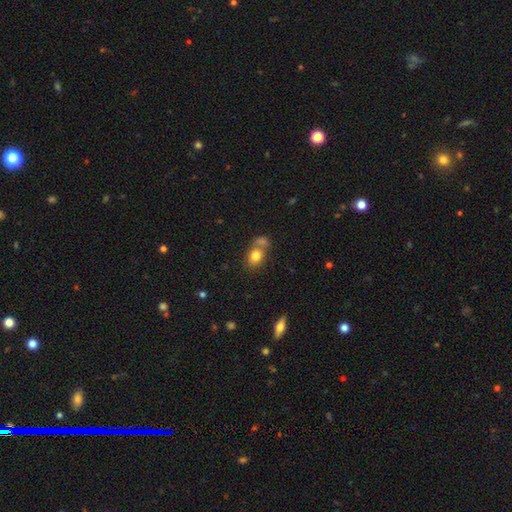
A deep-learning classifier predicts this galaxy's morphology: Smooth or featured: smooth — 80% (featured or disk — 11%)
How rounded: in between — 65% (round — 33%)
Merging: none — 45% (merger — 39%)